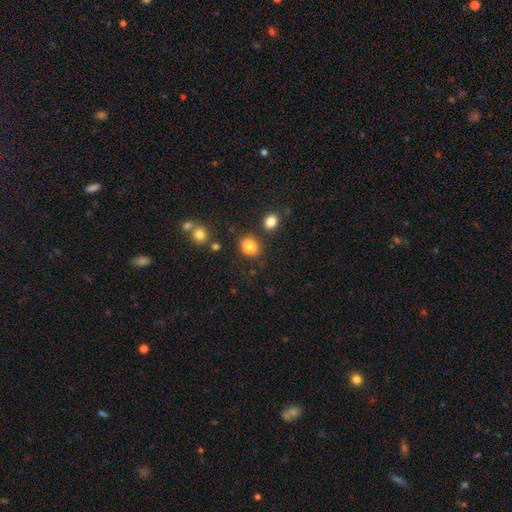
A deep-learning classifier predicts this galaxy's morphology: This appears to be a smooth galaxy with no disk features (55%) that is round (88%). Merging: none (71%).